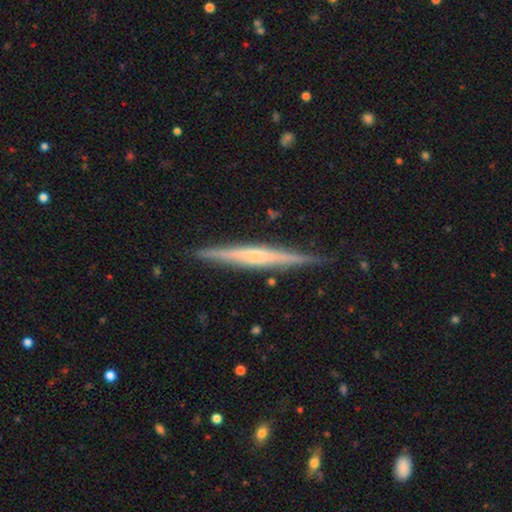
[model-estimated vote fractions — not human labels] A featured or disk galaxy (71%) viewed edge-on (98%) with a rounded central bulge (43%). Merging: none (89%).